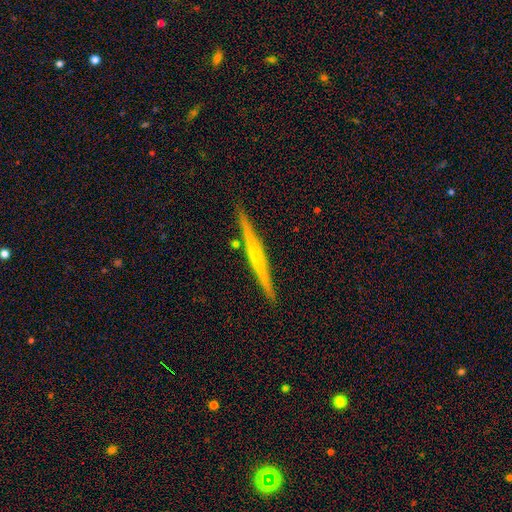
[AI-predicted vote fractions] Smooth or featured: featured or disk — 69% (smooth — 25%)
Edge-on disk: yes — 98% (no — 2%)
Edge-on bulge: rounded — 49% (none — 44%)
Merging: none — 91% (minor disturbance — 6%)